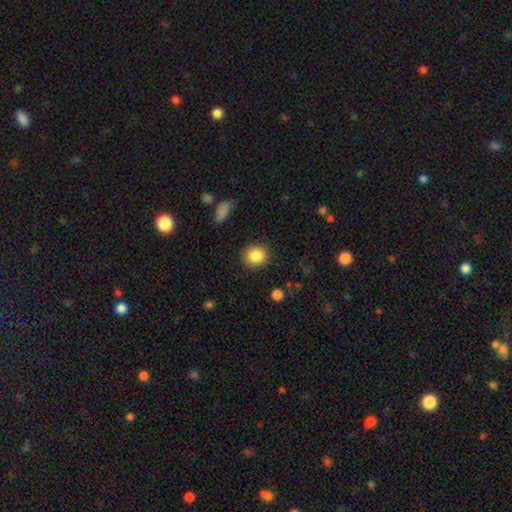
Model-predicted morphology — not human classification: type=smooth (87%); roundness=round (74%); merging=none (88%).